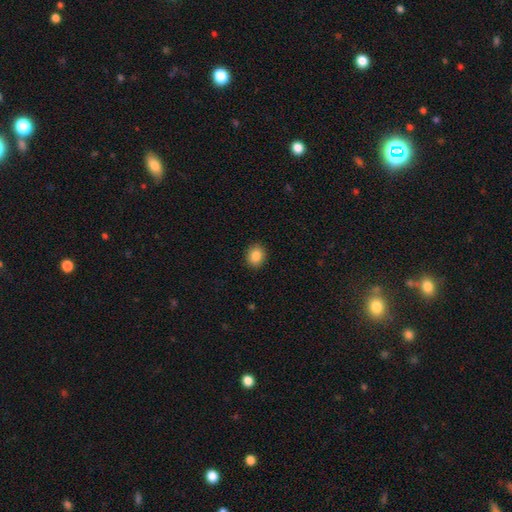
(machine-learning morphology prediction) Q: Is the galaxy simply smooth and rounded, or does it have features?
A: smooth — 87%.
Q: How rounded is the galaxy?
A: round — 58%.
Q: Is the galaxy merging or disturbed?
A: none — 91%.